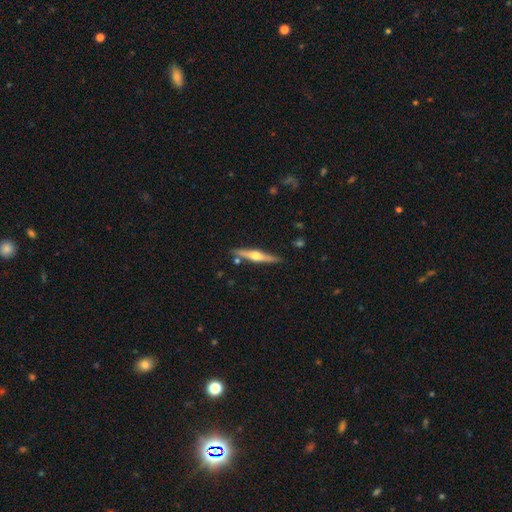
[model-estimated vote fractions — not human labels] A featured or disk galaxy (67%) viewed edge-on (97%) with a rounded central bulge (93%).

Vote fractions:
- Smooth or featured? featured or disk: 67% / smooth: 28% / star or artifact: 5%
- Edge-on disk? yes: 97% / no: 3%
- Edge-on bulge? rounded: 93% / none: 4% / boxy: 3%
- Merging? none: 86% / minor disturbance: 9% / merger: 3% / major disturbance: 2%